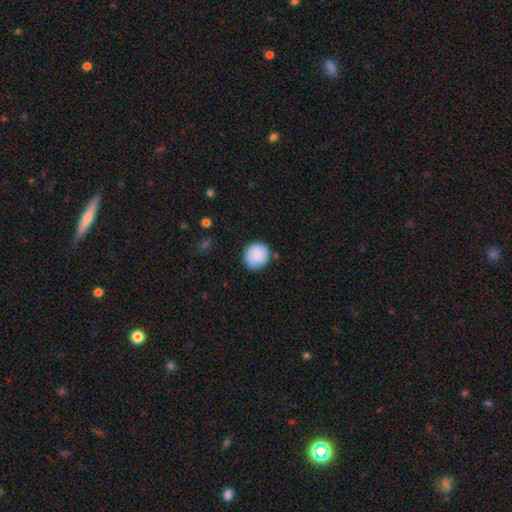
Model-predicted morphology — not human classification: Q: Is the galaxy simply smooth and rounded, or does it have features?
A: smooth — 86%.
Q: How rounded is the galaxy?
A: round — 89%.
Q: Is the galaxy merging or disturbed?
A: none — 83%.